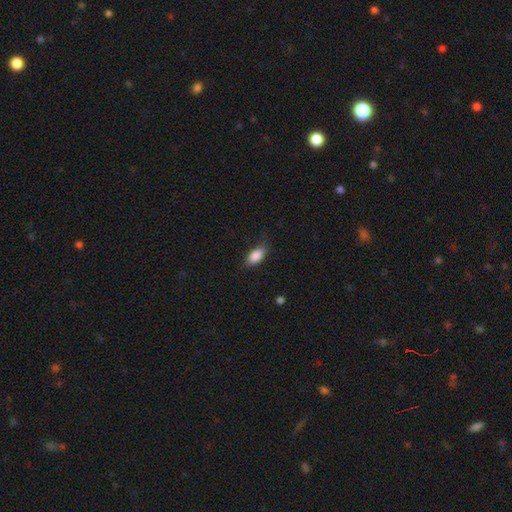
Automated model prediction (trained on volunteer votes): A smooth galaxy with no disk features (87%) that is in between round and cigar-shaped (90%).

Vote fractions:
- Smooth or featured? smooth: 87% / star or artifact: 7% / featured or disk: 6%
- How rounded? in between: 90% / cigar-shaped: 6% / round: 4%
- Merging? none: 72% / minor disturbance: 22% / major disturbance: 5% / merger: 1%